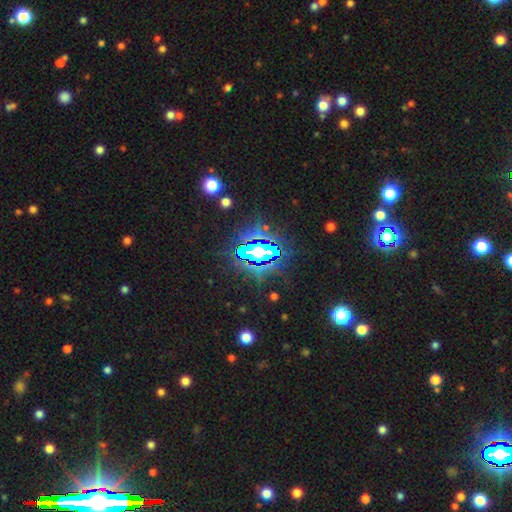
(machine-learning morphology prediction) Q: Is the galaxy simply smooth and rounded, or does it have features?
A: star or artifact — 75%.